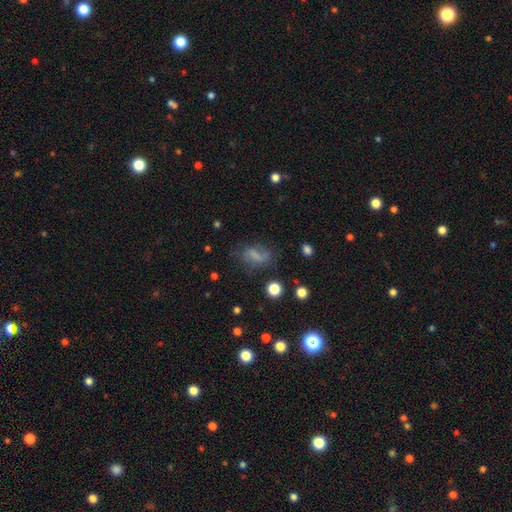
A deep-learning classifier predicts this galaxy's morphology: A smooth galaxy with no disk features (51%) that is in between round and cigar-shaped (75%).

Vote fractions:
- Smooth or featured? smooth: 51% / featured or disk: 32% / star or artifact: 18%
- How rounded? in between: 75% / round: 18% / cigar-shaped: 7%
- Merging? none: 53% / minor disturbance: 24% / major disturbance: 19% / merger: 4%